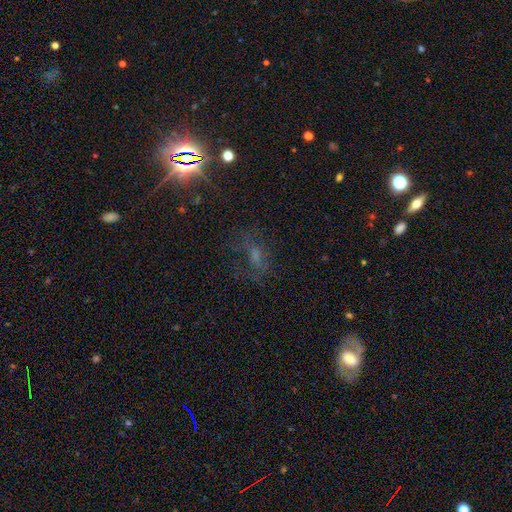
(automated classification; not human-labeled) A star or artifact, not a galaxy (38%).